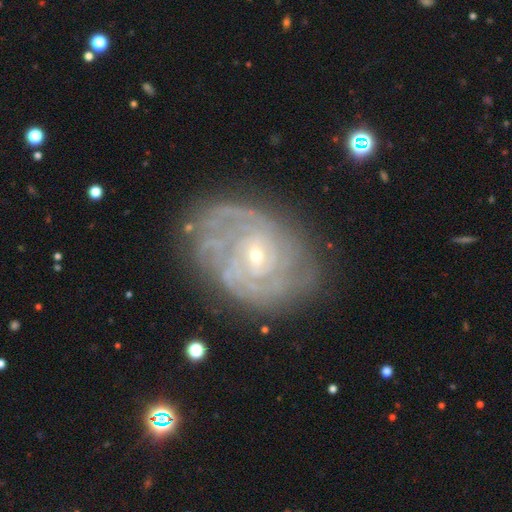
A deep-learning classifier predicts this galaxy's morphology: This appears to be a featured or disk galaxy (87%) with no bar (55%), tight (72%) spiral arms (95%) and a small central bulge (74%). Merging: none (73%).